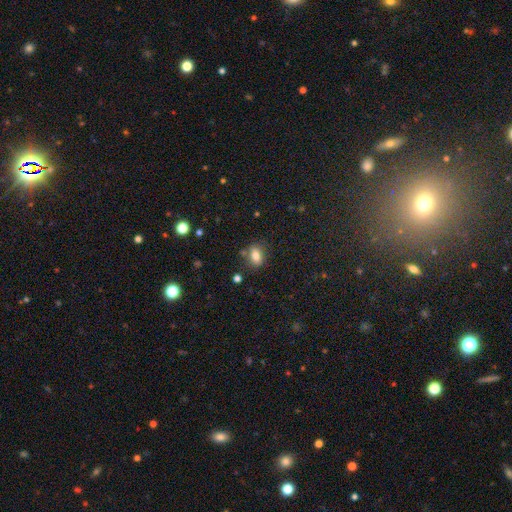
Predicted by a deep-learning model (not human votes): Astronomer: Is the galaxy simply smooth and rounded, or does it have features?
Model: smooth — 82%.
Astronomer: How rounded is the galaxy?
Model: in between — 76%.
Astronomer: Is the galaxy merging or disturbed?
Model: none — 76%.